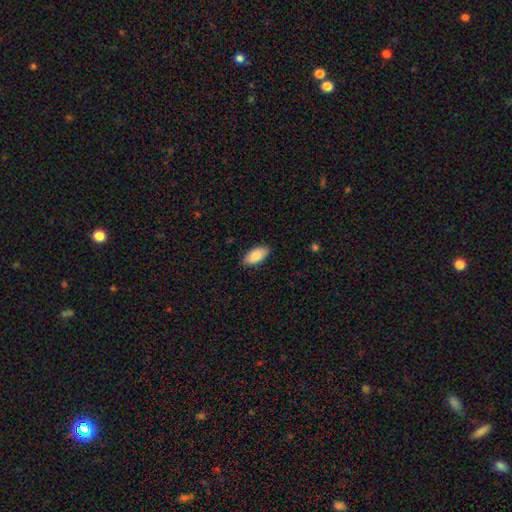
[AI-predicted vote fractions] Smooth or featured?
  - smooth: 85% *
  - featured or disk: 9%
  - star or artifact: 6%
How rounded?
  - in between: 94% *
  - cigar-shaped: 4%
  - round: 2%
Merging?
  - none: 88% *
  - minor disturbance: 10%
  - major disturbance: 2%
  - merger: 1%